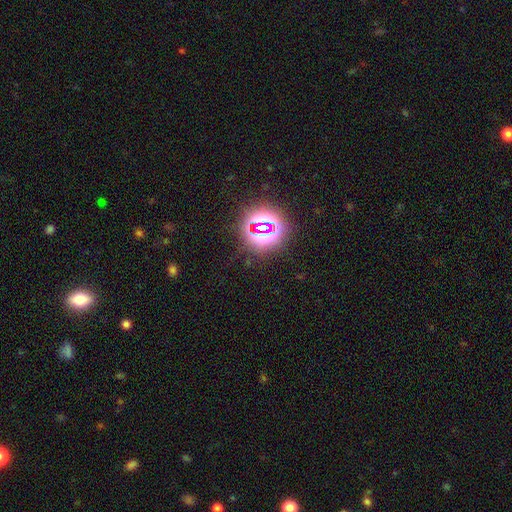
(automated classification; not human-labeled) smooth_or_featured: star or artifact (p=0.76) [alt: smooth p=0.16]